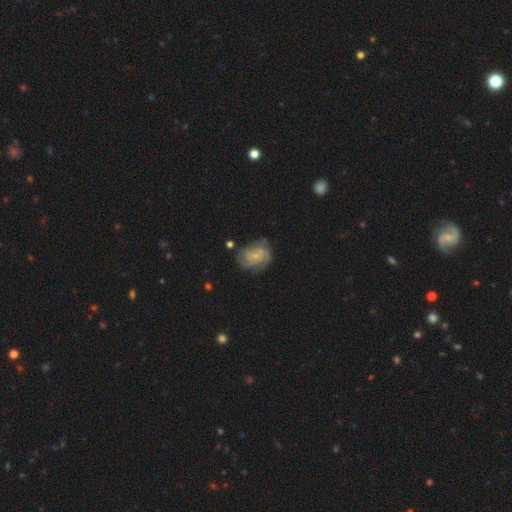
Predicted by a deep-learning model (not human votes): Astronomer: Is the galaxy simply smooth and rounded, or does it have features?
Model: featured or disk — 60%.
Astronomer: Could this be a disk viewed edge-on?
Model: no — 98%.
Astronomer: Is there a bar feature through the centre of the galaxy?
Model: no — 69%.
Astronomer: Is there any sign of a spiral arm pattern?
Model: yes — 83%.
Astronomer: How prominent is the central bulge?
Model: small — 70%.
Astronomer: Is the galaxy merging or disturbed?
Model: none — 53%.